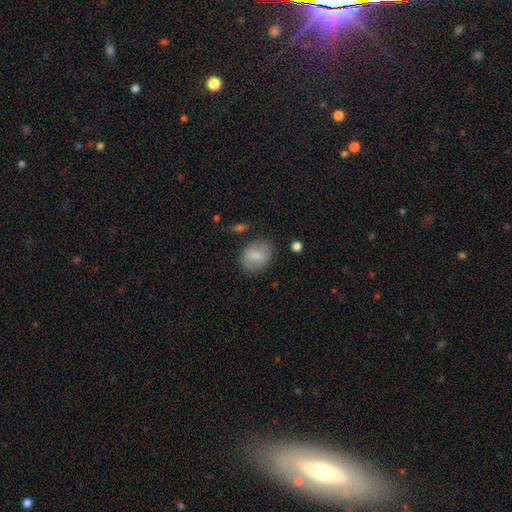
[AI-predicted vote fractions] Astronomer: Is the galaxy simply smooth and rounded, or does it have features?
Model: smooth — 78%.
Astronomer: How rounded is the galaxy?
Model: round — 50% (runner-up: in between, 49%).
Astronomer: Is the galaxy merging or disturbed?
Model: none — 77%.